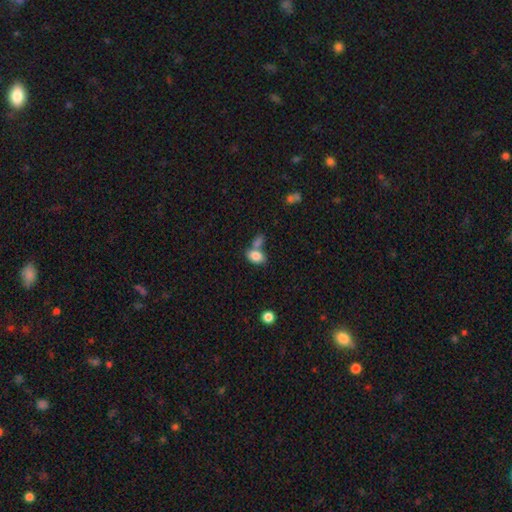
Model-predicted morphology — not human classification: type=smooth (83%); roundness=in between (86%); merging=none (45%).